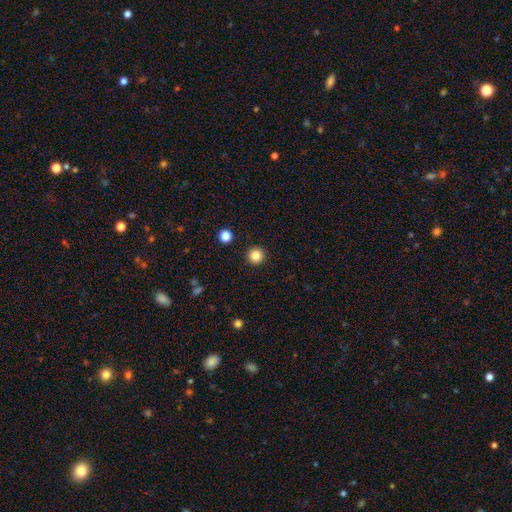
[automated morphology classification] This appears to be a smooth galaxy with no disk features (85%) that is round (96%). Merging: none (93%).